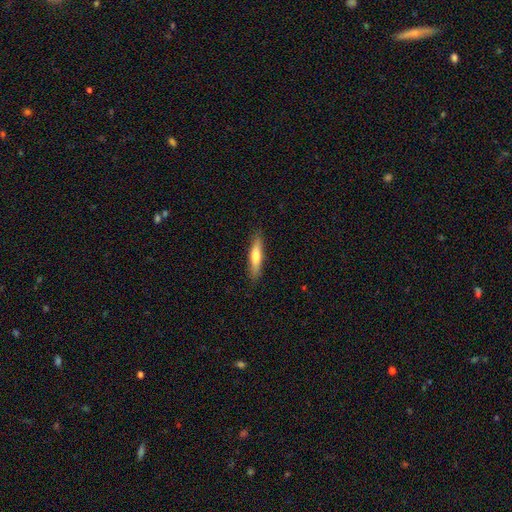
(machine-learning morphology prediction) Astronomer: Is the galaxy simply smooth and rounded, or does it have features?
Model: smooth — 63%.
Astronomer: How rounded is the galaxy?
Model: cigar-shaped — 83%.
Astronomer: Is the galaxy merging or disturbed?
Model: none — 87%.